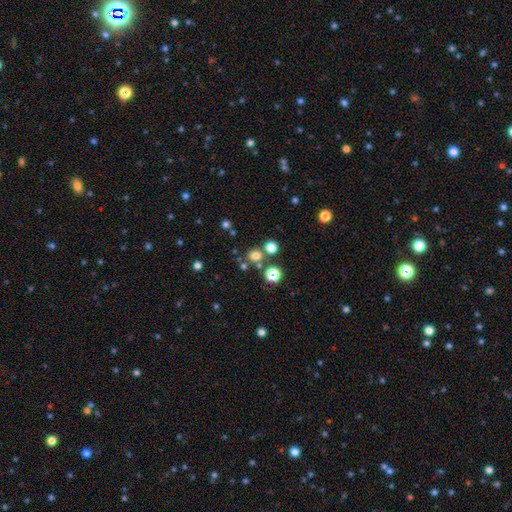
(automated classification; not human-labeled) Q: Smooth or featured?
A: smooth (69%); runner-up: star or artifact (24%)
Q: How rounded?
A: round (87%); runner-up: in between (12%)
Q: Merging?
A: none (74%); runner-up: merger (15%)